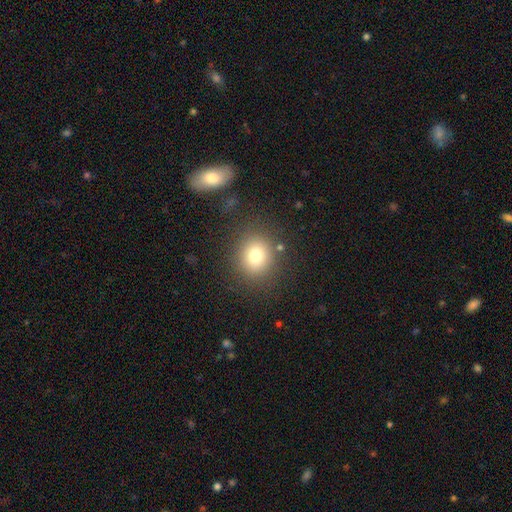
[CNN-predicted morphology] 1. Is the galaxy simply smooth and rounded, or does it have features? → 76% smooth, 14% star or artifact, 10% featured or disk.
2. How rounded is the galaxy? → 77% round, 23% in between, 1% cigar-shaped.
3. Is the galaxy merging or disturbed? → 84% none, 9% minor disturbance, 4% major disturbance, 3% merger.